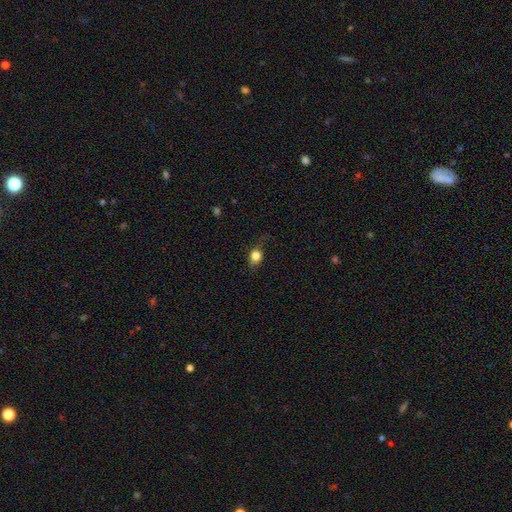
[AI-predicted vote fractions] A smooth galaxy with no disk features (80%) that is round (57%).

Vote fractions:
- Smooth or featured? smooth: 80% / star or artifact: 11% / featured or disk: 9%
- How rounded? round: 57% / in between: 41% / cigar-shaped: 2%
- Merging? none: 64% / minor disturbance: 24% / major disturbance: 11% / merger: 1%